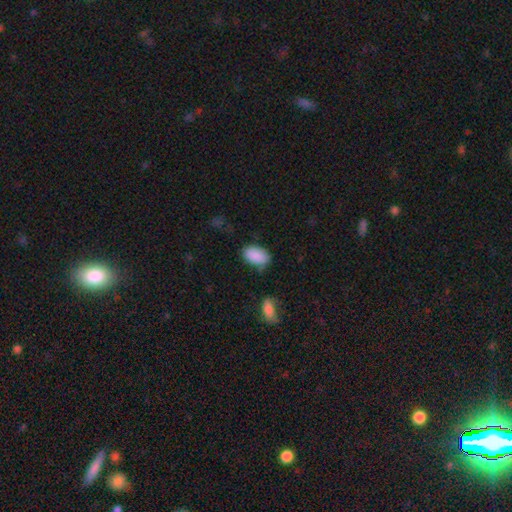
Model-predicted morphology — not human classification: Smooth or featured? smooth (89%)
How rounded? in between (94%)
Merging? none (72%)